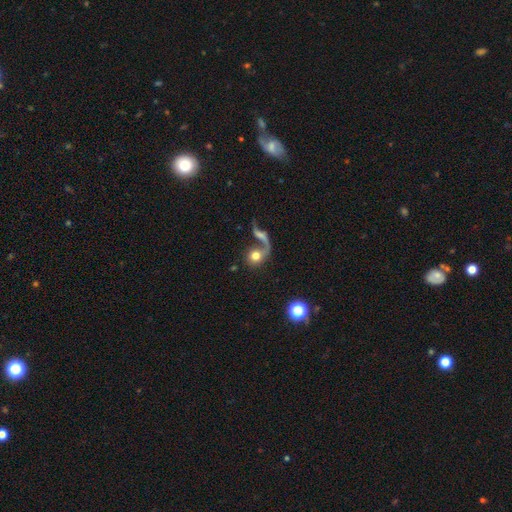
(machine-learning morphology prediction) This appears to be a smooth galaxy with no disk features (58%) that is round (79%). Merging: merger (41%).